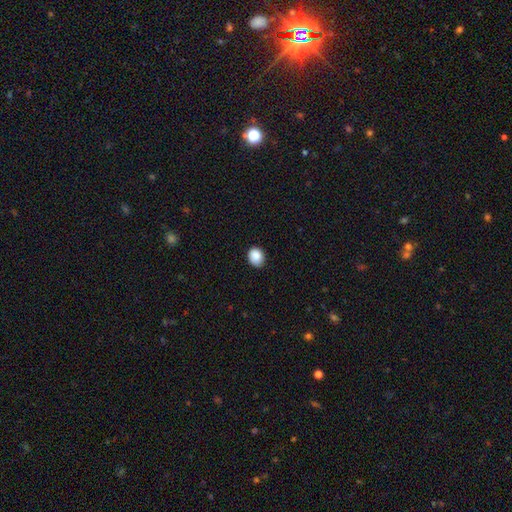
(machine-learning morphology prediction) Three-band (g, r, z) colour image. It shows a smooth galaxy with no disk features (89%) that is round (56%). Merging: none (85%).